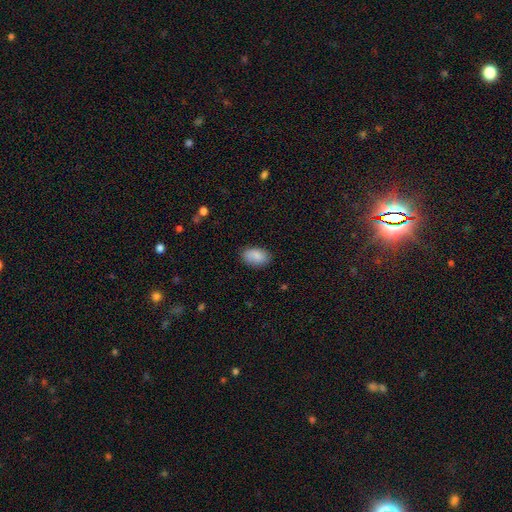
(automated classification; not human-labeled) Overall: smooth (84%). How rounded: in between (91%). Merging: none (82%).